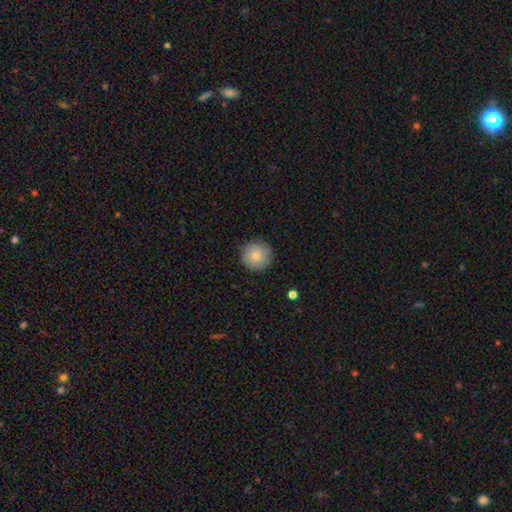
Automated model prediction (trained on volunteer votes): Smooth or featured? smooth (76%)
How rounded? round (96%)
Merging? none (89%)